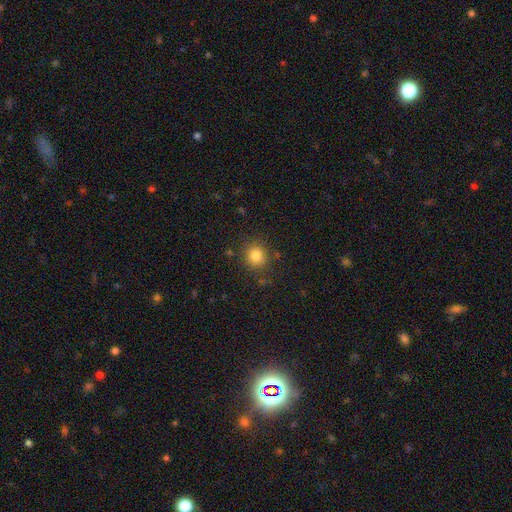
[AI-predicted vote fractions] A smooth galaxy with no disk features (82%) that is round (89%).

Vote fractions:
- Smooth or featured? smooth: 82% / star or artifact: 12% / featured or disk: 6%
- How rounded? round: 89% / in between: 10% / cigar-shaped: 1%
- Merging? none: 85% / minor disturbance: 9% / major disturbance: 3% / merger: 2%